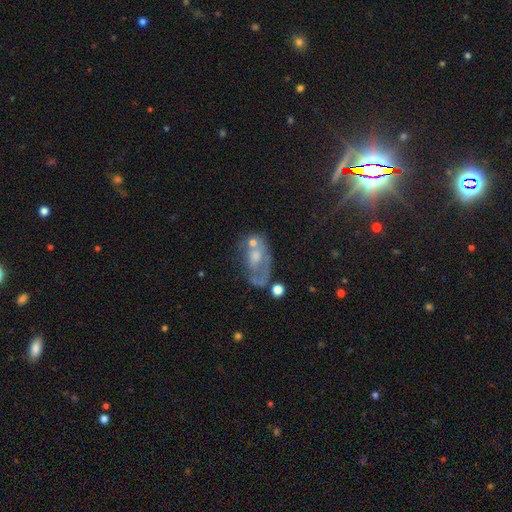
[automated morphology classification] Smooth or featured? featured or disk (56%)
Edge-on disk? no (95%)
Bar? no (81%)
Spiral arms? no (57%)
Bulge size? moderate (41%)
Merging? none (35%)